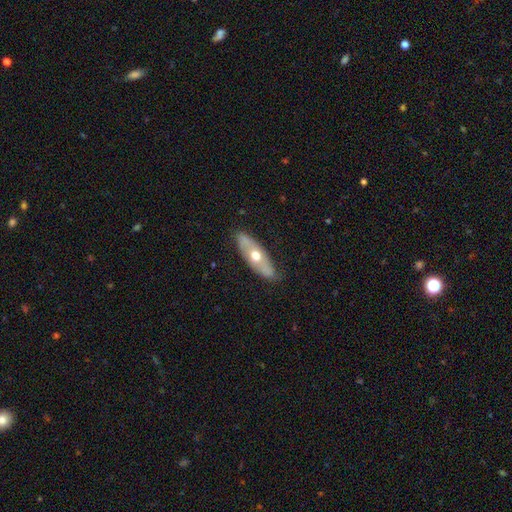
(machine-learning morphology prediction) smooth 49%, featured or disk 46%, star or artifact 5%. Down the decision tree: merging — none (78%).